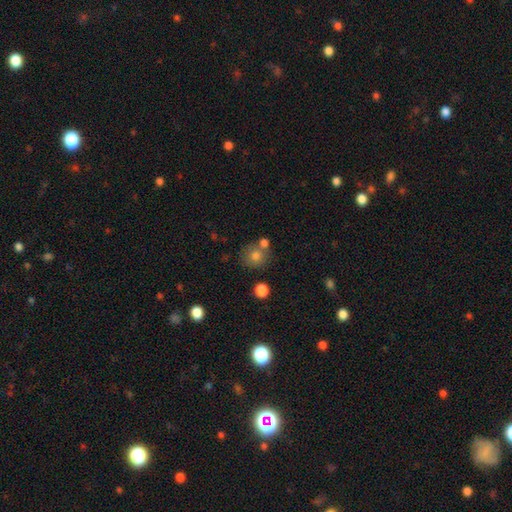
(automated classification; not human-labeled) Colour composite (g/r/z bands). It shows a smooth galaxy with no disk features (77%) that is round (86%). Merging: none (64%).